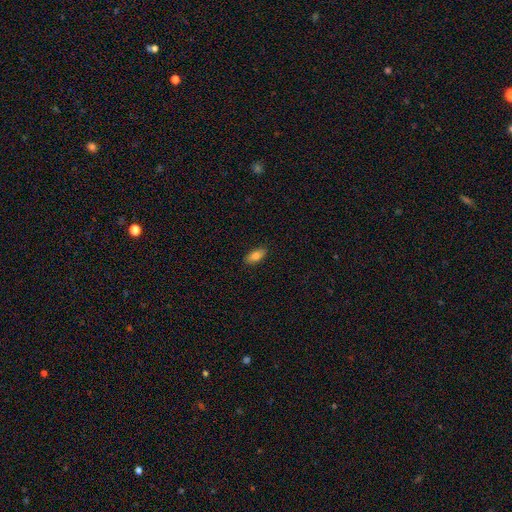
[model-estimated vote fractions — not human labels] smooth 84%, featured or disk 8%, star or artifact 7%. Down the decision tree: how rounded — in between (86%); merging — none (87%).